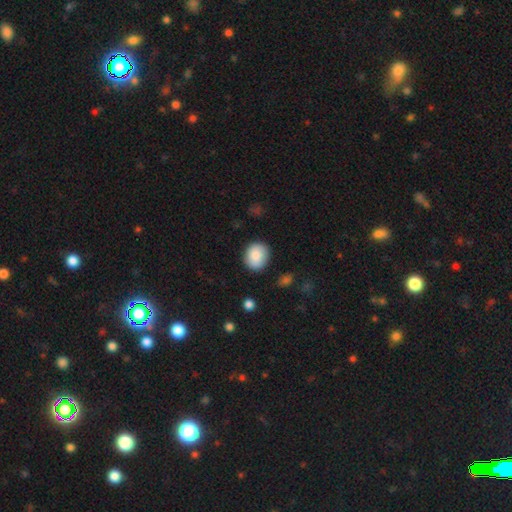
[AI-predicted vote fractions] Smooth or featured? Predicted: smooth (p=0.85). How rounded? Predicted: round (p=0.73). Merging? Predicted: none (p=0.86).